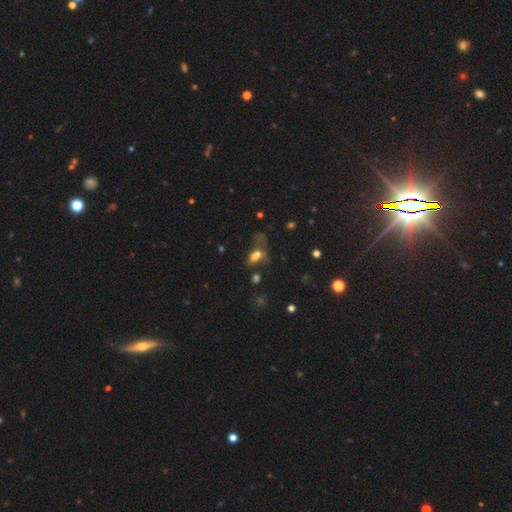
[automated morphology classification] type=smooth (59%); roundness=in between (78%); merging=merger (29%, tied with none).